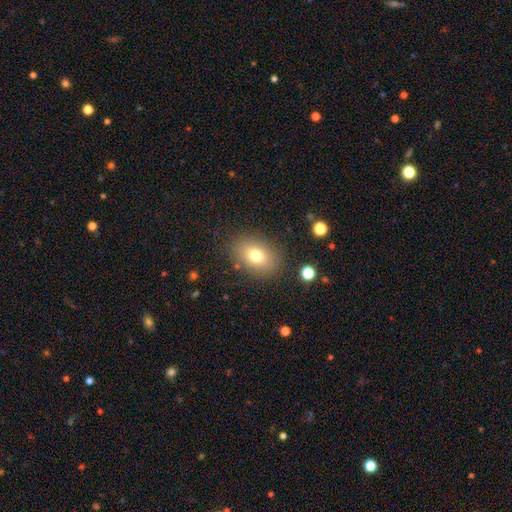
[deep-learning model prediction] Smooth or featured? Predicted: smooth (p=0.75). How rounded? Predicted: in between (p=0.77). Merging? Predicted: none (p=0.84).